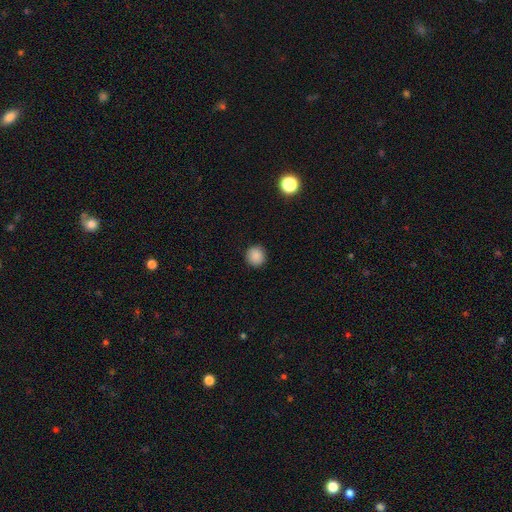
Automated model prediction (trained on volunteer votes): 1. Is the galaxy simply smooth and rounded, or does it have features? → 87% smooth, 10% star or artifact, 3% featured or disk.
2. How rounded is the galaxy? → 93% round, 6% in between, 1% cigar-shaped.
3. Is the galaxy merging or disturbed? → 92% none, 5% minor disturbance, 2% major disturbance, 1% merger.